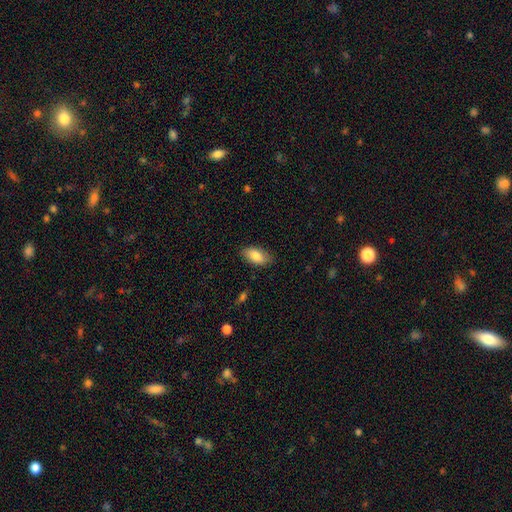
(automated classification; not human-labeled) smooth-or-featured: smooth: 84% | featured or disk: 9% | star or artifact: 7%
  how-rounded: in between: 93% | cigar-shaped: 4% | round: 3%
  merging: none: 82% | minor disturbance: 14% | major disturbance: 3% | merger: 1%